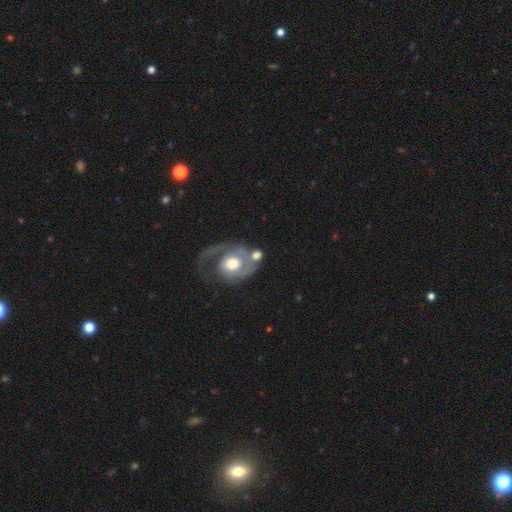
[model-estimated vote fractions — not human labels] A featured or disk galaxy (63%) with no bar (75%), spiral arms (74%) and a moderate central bulge (67%).

Vote fractions:
- Smooth or featured? featured or disk: 63% / smooth: 31% / star or artifact: 7%
- Edge-on disk? no: 96% / yes: 4%
- Bar? no: 75% / weak: 20% / strong: 5%
- Spiral arms? yes: 74% / no: 26%
- Bulge size? moderate: 67% / large: 16% / small: 13% / dominant: 2% / none: 2%
- Merging? none: 33% / merger: 26% / major disturbance: 25% / minor disturbance: 15%